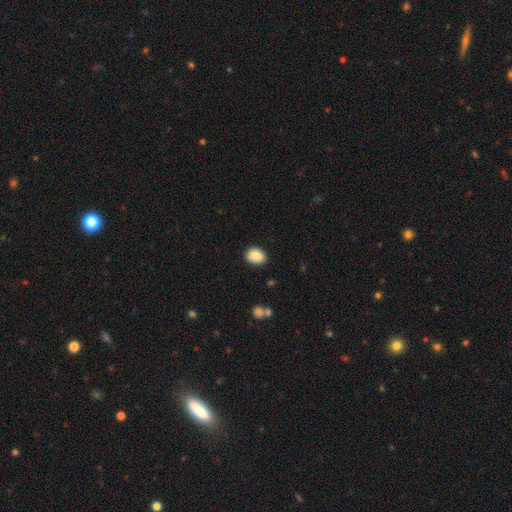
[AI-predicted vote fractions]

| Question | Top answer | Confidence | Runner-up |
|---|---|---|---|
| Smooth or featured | smooth | 86% | star or artifact (8%) |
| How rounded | in between | 57% | round (42%) |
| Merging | none | 88% | minor disturbance (9%) |